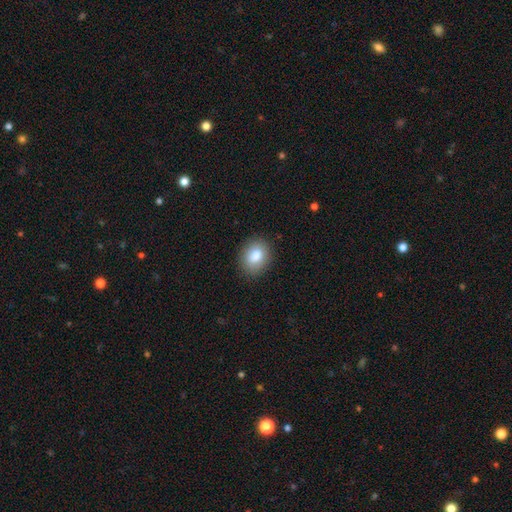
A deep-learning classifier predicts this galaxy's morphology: type=smooth (84%); roundness=in between (62%); merging=none (85%).